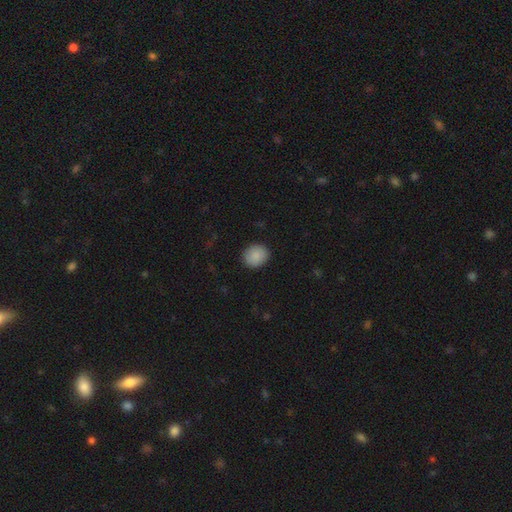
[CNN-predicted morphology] This appears to be a smooth galaxy with no disk features (89%) that is round (69%). Merging: none (89%).